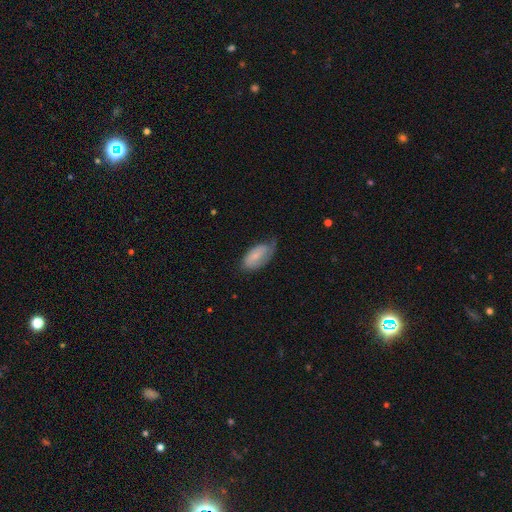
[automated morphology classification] smooth 59%, featured or disk 34%, star or artifact 6%. Down the decision tree: how rounded — in between (93%); merging — none (43%).